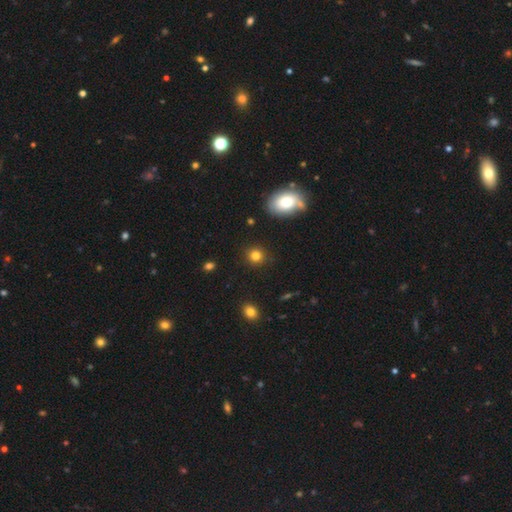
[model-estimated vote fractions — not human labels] A smooth galaxy with no disk features (82%) that is round (88%).

Vote fractions:
- Smooth or featured? smooth: 82% / star or artifact: 13% / featured or disk: 6%
- How rounded? round: 88% / in between: 11% / cigar-shaped: 1%
- Merging? none: 88% / minor disturbance: 7% / major disturbance: 2% / merger: 2%